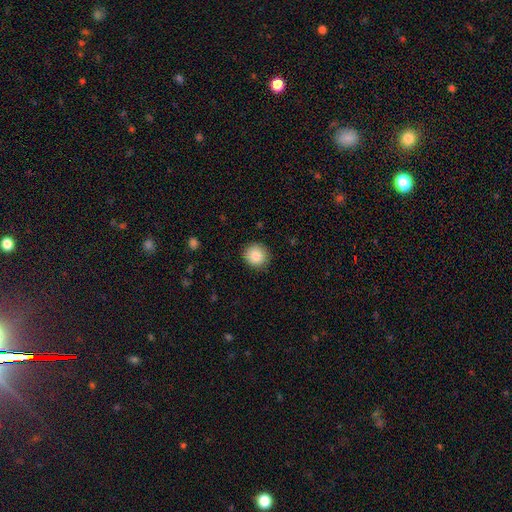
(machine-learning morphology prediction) smooth-or-featured: smooth: 86% | star or artifact: 8% | featured or disk: 6%
  how-rounded: round: 92% | in between: 7% | cigar-shaped: 1%
  merging: none: 89% | minor disturbance: 8% | major disturbance: 2% | merger: 1%